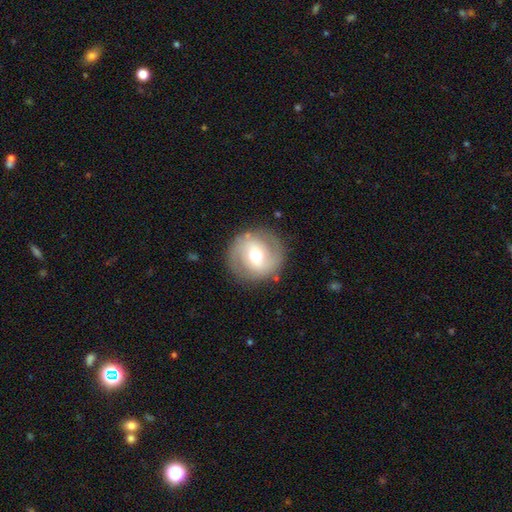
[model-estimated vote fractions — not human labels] smooth_or_featured: featured or disk (p=0.53) [alt: smooth p=0.41]
disk_edge_on: no (p=0.96) [alt: yes p=0.04]
bar: weak (p=0.42) [alt: no p=0.40]
has_spiral_arms: yes (p=0.62) [alt: no p=0.38]
bulge_size: moderate (p=0.71) [alt: large p=0.17]
merging: none (p=0.84) [alt: minor disturbance p=0.10]